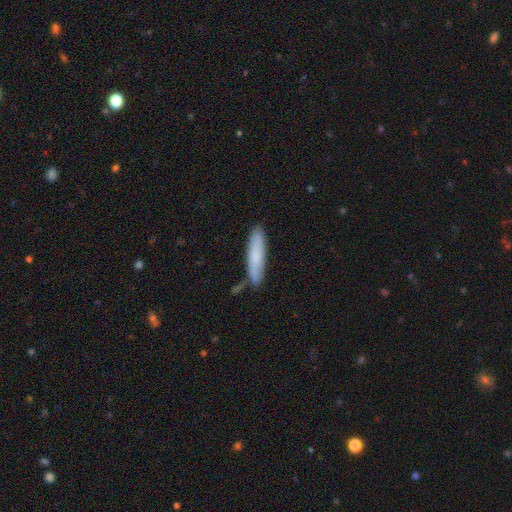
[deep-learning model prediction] A smooth galaxy with no disk features (78%) that is cigar-shaped (81%). Merging: none (78%).